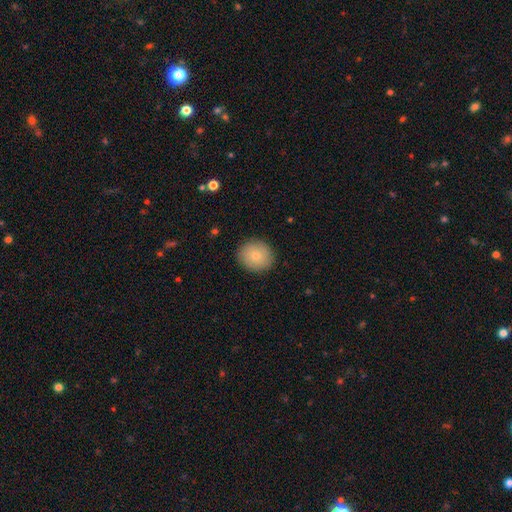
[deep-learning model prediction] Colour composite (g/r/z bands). It shows a smooth galaxy with no disk features (81%) that is round (79%). Merging: none (89%).